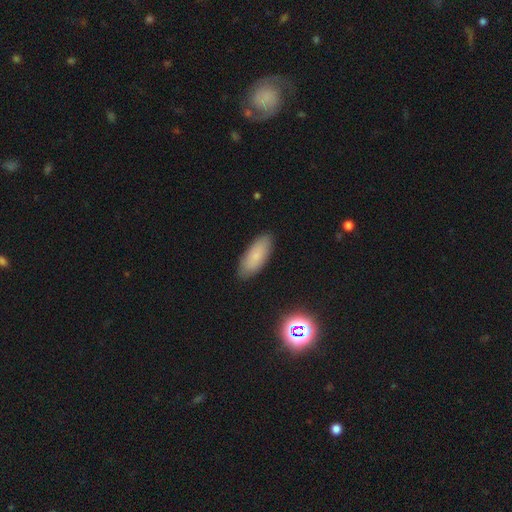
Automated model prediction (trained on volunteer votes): This is clearly a smooth galaxy (80%). How rounded: likely in between (76%). Merging: clearly none (87%).